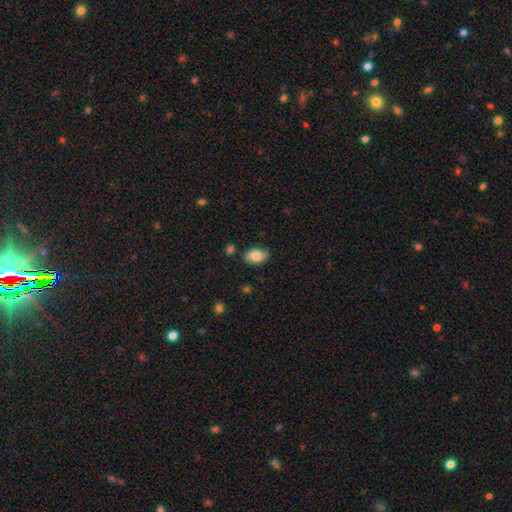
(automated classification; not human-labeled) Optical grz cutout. It shows a smooth galaxy with no disk features (72%) that is in between round and cigar-shaped (89%). Merging: none (75%).